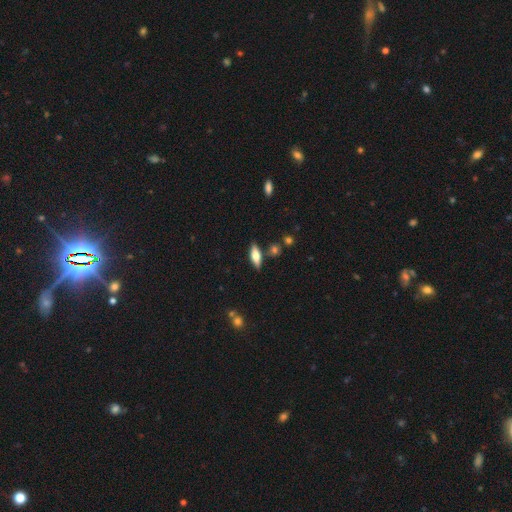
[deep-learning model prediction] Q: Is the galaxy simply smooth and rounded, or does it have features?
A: smooth — 52%.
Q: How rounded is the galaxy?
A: in between — 59%.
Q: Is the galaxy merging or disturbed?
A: none — 81%.